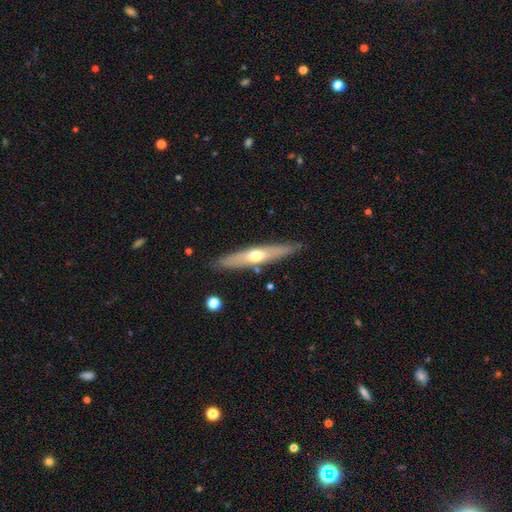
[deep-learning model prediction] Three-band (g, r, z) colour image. It shows a featured or disk galaxy (52%) viewed edge-on (84%). Merging: none (84%).